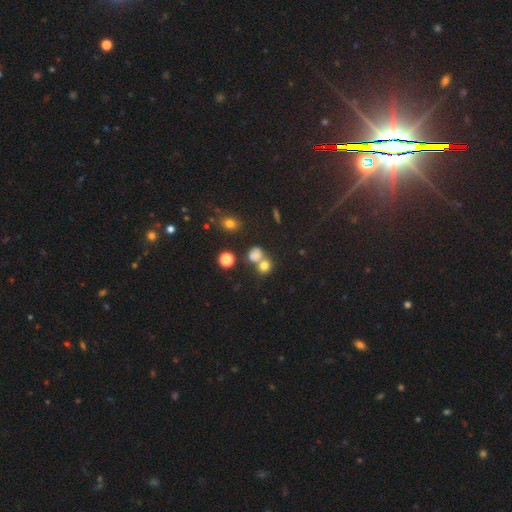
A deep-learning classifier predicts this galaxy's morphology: The model was most divided on "merging": none: 44%, merger: 41%, minor disturbance: 9%, major disturbance: 5%. More confident: smooth or featured — smooth (71%); how rounded — round (69%).